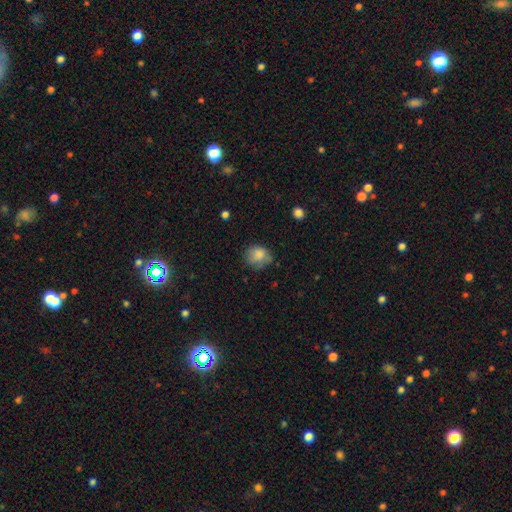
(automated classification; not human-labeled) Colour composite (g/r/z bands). It shows a smooth galaxy with no disk features (80%) that is round (67%). Merging: none (59%).